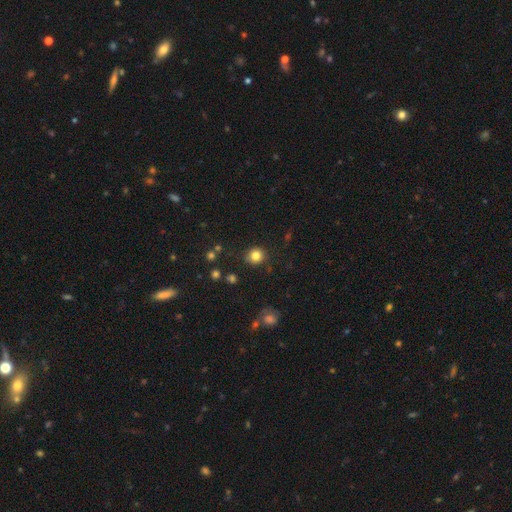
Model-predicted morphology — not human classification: smooth 82%, star or artifact 12%, featured or disk 6%. Down the decision tree: how rounded — round (87%); merging — none (86%).